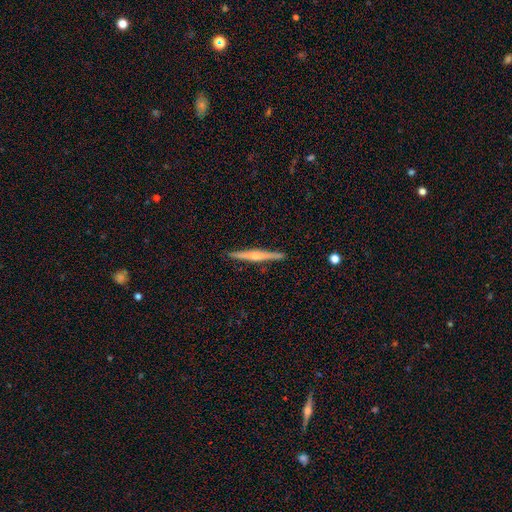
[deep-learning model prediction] featured or disk 72%, smooth 22%, star or artifact 5%. Down the decision tree: edge-on disk — yes (98%); edge-on bulge — rounded (80%); merging — none (92%).